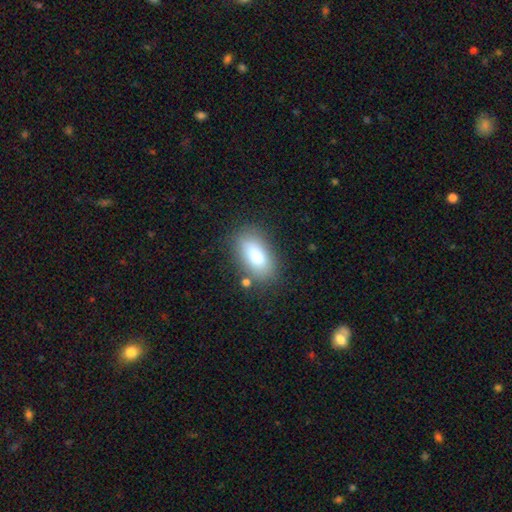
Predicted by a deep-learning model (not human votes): smooth-or-featured: smooth: 82% | featured or disk: 10% | star or artifact: 8%
  how-rounded: in between: 90% | cigar-shaped: 6% | round: 5%
  merging: none: 79% | minor disturbance: 13% | major disturbance: 4% | merger: 4%